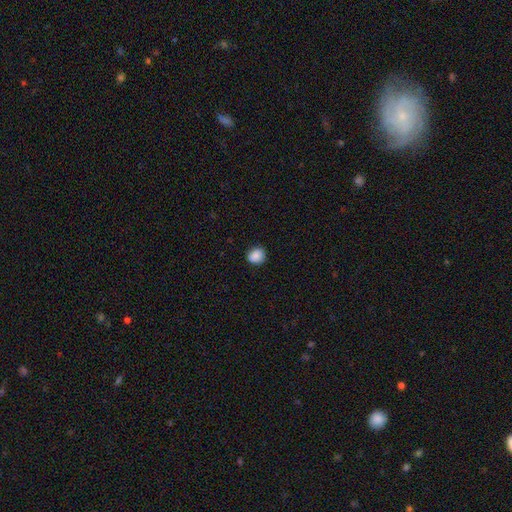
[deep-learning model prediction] Smooth or featured?
  - smooth: 87% *
  - star or artifact: 9%
  - featured or disk: 4%
How rounded?
  - round: 77% *
  - in between: 22%
  - cigar-shaped: 1%
Merging?
  - none: 85% *
  - minor disturbance: 12%
  - major disturbance: 2%
  - merger: 1%